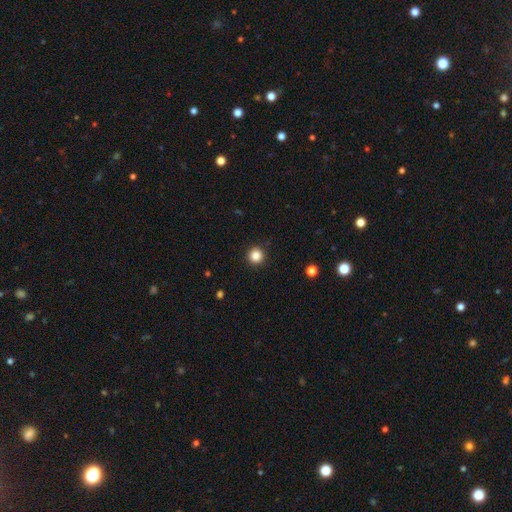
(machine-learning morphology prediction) This appears to be a smooth galaxy with no disk features (86%) that is round (96%). Merging: none (92%).